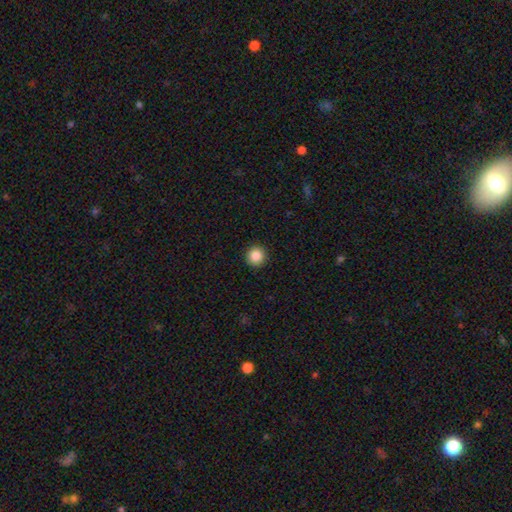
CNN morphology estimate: Smooth or featured: smooth — 87% (star or artifact — 9%)
How rounded: round — 95% (in between — 4%)
Merging: none — 93% (minor disturbance — 5%)